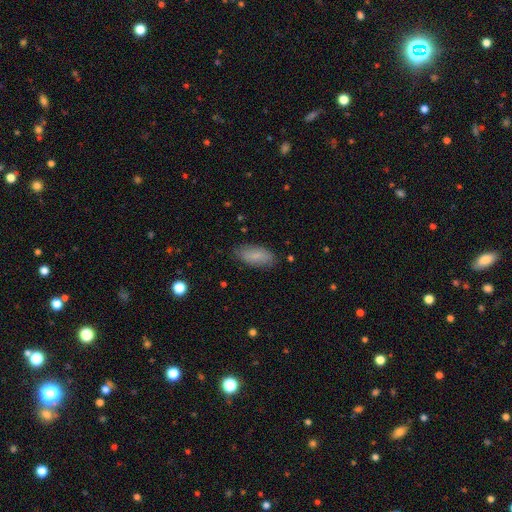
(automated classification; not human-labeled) Overall: smooth (81%). How rounded: in between (84%). Merging: none (81%).